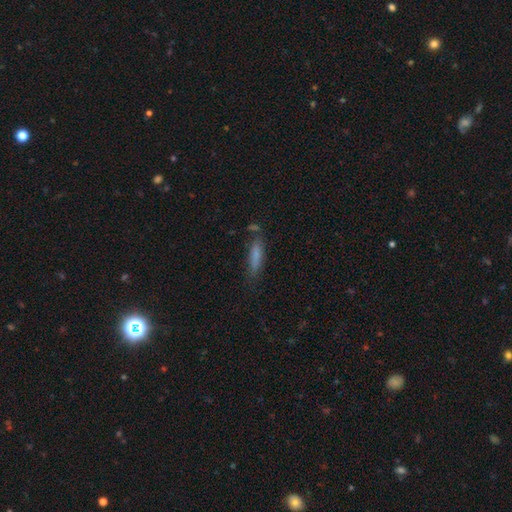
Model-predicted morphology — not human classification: Q: Smooth or featured?
A: smooth (73%); runner-up: featured or disk (17%)
Q: How rounded?
A: cigar-shaped (79%); runner-up: in between (19%)
Q: Merging?
A: none (69%); runner-up: minor disturbance (18%)